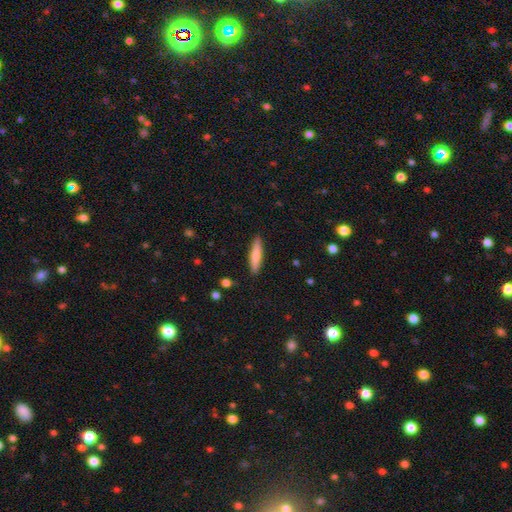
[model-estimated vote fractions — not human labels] Smooth or featured? Predicted: smooth (p=0.74). How rounded? Predicted: cigar-shaped (p=0.84). Merging? Predicted: none (p=0.89).